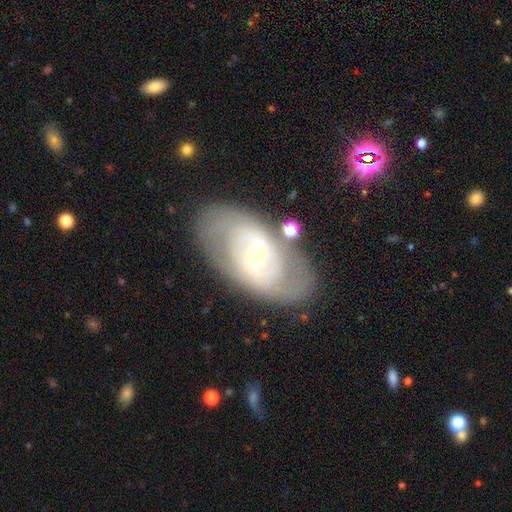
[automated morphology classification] Smooth or featured? Predicted: featured or disk (p=0.76). Edge-on disk? Predicted: no (p=0.93). Bar? Predicted: weak (p=0.43). Spiral arms? Predicted: yes (p=0.66). Bulge size? Predicted: small (p=0.50). Merging? Predicted: none (p=0.77).